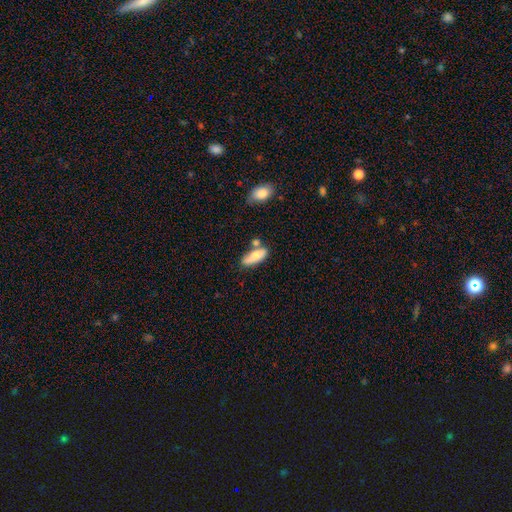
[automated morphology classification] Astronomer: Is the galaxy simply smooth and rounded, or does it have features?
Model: smooth — 73%.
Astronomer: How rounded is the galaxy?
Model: in between — 74%.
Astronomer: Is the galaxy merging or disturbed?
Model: none — 59%.